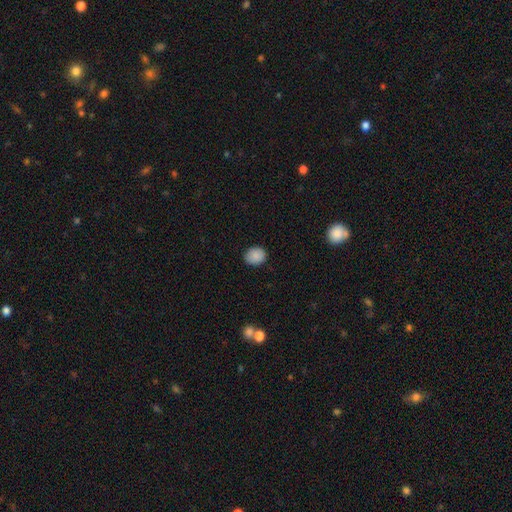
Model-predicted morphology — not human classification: Smooth or featured? smooth (87%)
How rounded? round (62%)
Merging? none (88%)